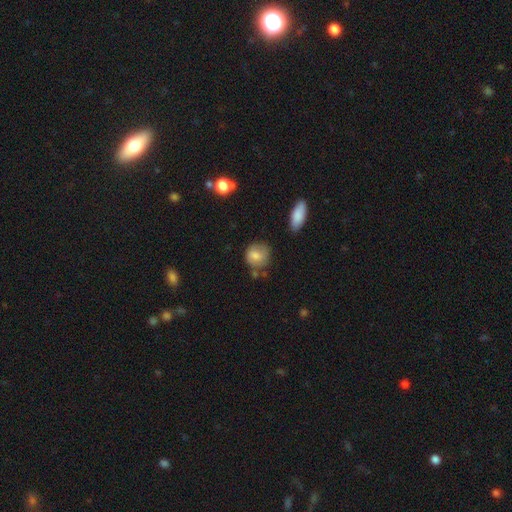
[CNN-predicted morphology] Smooth or featured?
  - smooth: 76% *
  - featured or disk: 16%
  - star or artifact: 8%
How rounded?
  - round: 72% *
  - in between: 27%
  - cigar-shaped: 1%
Merging?
  - none: 60% *
  - minor disturbance: 26%
  - major disturbance: 8%
  - merger: 6%